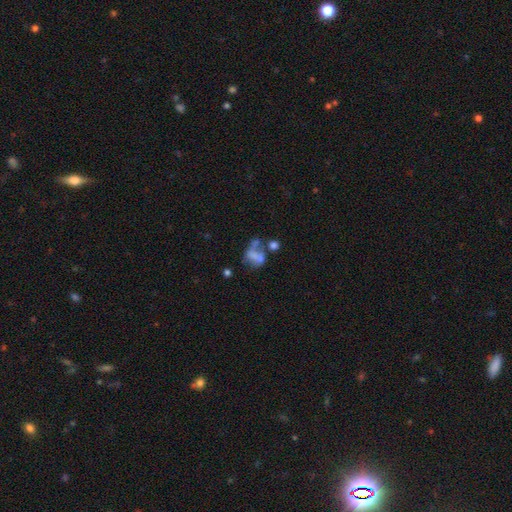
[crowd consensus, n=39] Smooth or featured? 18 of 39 (46%, tied with featured or disk) said smooth. How rounded? 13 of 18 (72%) said in between. Merging? 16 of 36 (44%) said merger.